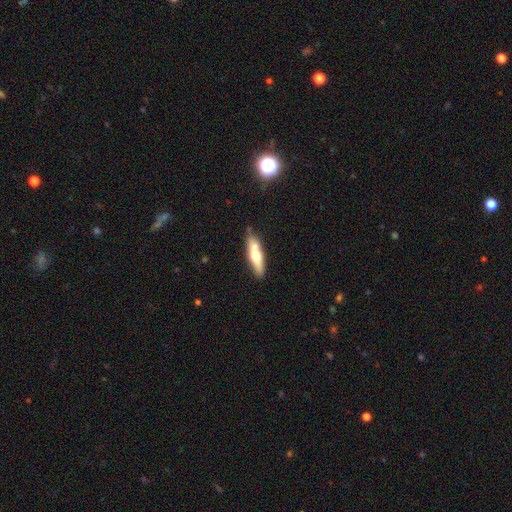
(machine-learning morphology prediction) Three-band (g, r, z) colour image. It shows a smooth galaxy with no disk features (52%) that is cigar-shaped (67%). Merging: none (68%).